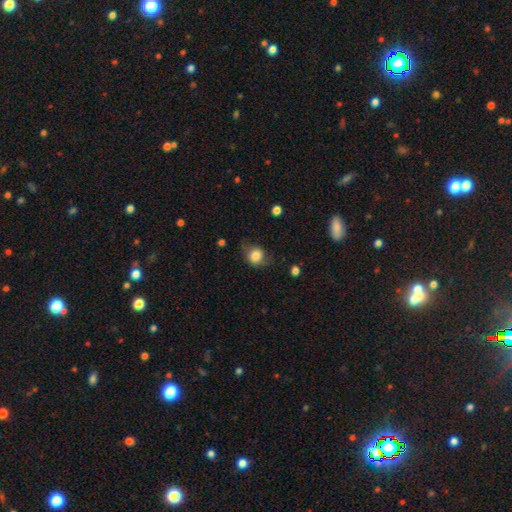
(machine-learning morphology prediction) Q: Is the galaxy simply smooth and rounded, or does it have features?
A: smooth — 80%.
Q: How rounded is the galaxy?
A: round — 76%.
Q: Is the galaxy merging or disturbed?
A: none — 64%.